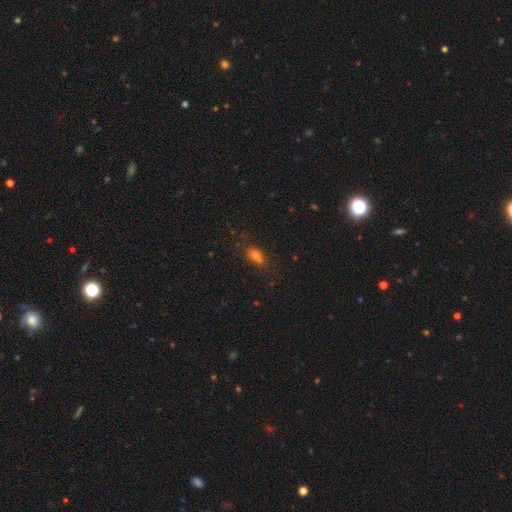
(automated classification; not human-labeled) Q: Smooth or featured?
A: smooth (66%); runner-up: star or artifact (21%)
Q: How rounded?
A: in between (71%); runner-up: cigar-shaped (14%)
Q: Merging?
A: none (64%); runner-up: minor disturbance (20%)